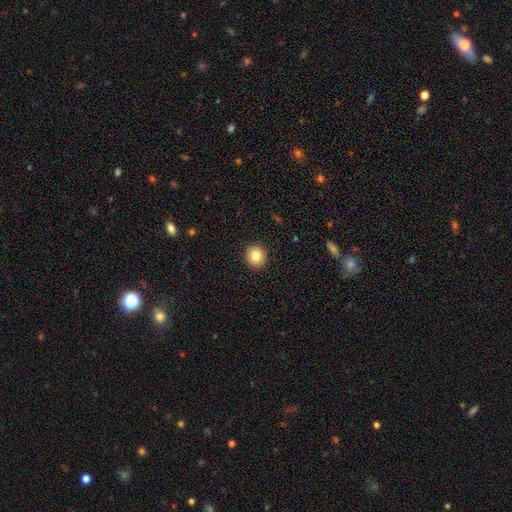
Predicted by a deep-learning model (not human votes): Overall: smooth (83%). How rounded: round (86%). Merging: none (92%).